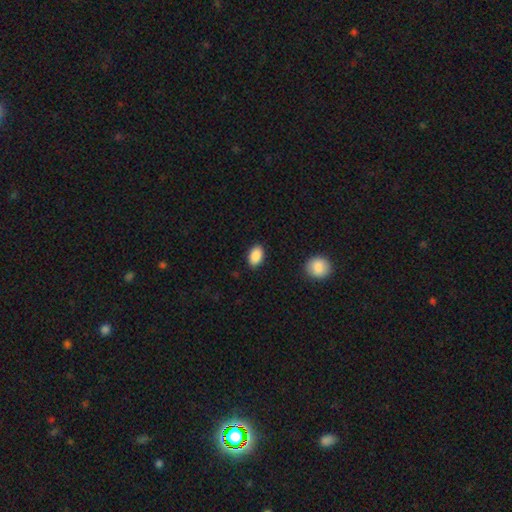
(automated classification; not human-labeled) Smooth or featured? smooth (89%)
How rounded? in between (89%)
Merging? none (87%)